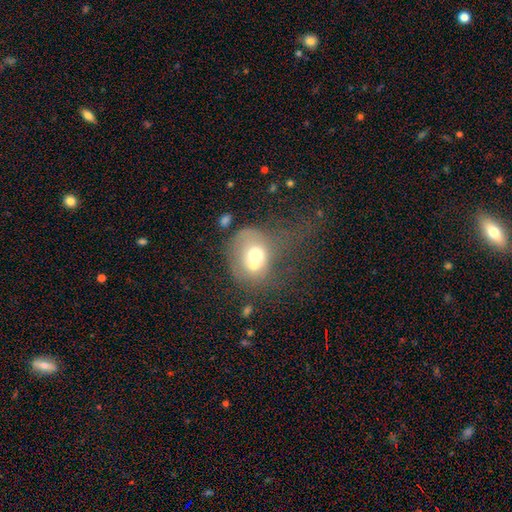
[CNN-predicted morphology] Overall: smooth (58%; featured or disk 31%). How rounded: round (65%; in between 34%). Merging: merger (38%; major disturbance 25%).